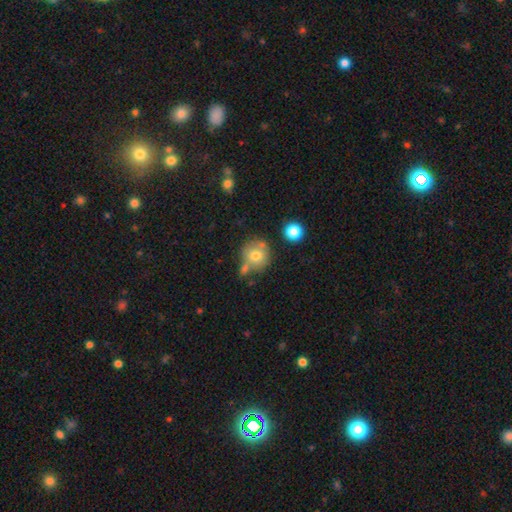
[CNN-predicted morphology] smooth-or-featured: smooth: 72% | featured or disk: 17% | star or artifact: 11%
  how-rounded: round: 90% | in between: 9% | cigar-shaped: 1%
  merging: none: 60% | merger: 21% | minor disturbance: 14% | major disturbance: 5%